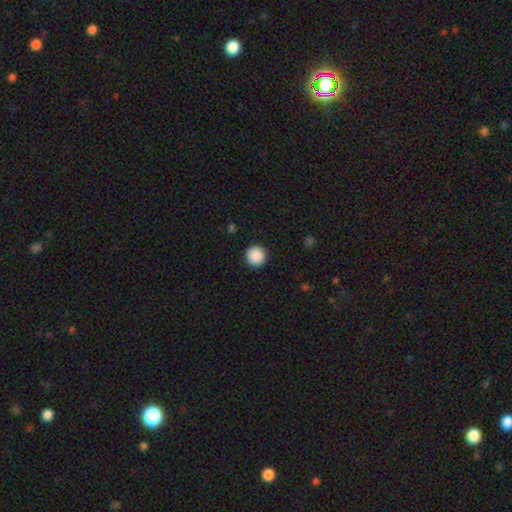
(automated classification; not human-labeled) A smooth galaxy with no disk features (89%) that is round (96%). Merging: none (93%).